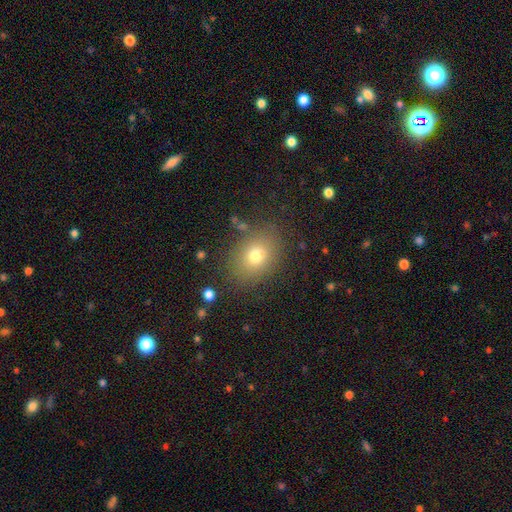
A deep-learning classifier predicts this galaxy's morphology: Smooth or featured? Predicted: smooth (p=0.73). How rounded? Predicted: in between (p=0.58). Merging? Predicted: none (p=0.81).